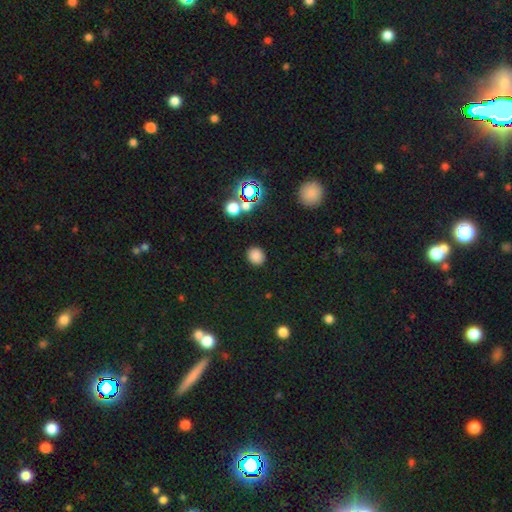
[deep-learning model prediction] smooth_or_featured: smooth (p=0.81) [alt: star or artifact p=0.15]
how_rounded: round (p=0.77) [alt: in between p=0.22]
merging: none (p=0.88) [alt: minor disturbance p=0.07]